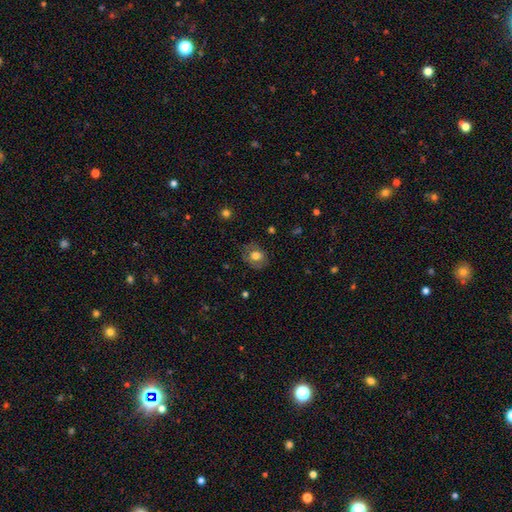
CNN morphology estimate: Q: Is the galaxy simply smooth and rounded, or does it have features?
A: smooth — 69%.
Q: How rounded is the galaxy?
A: round — 53%.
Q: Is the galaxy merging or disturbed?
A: none — 73%.